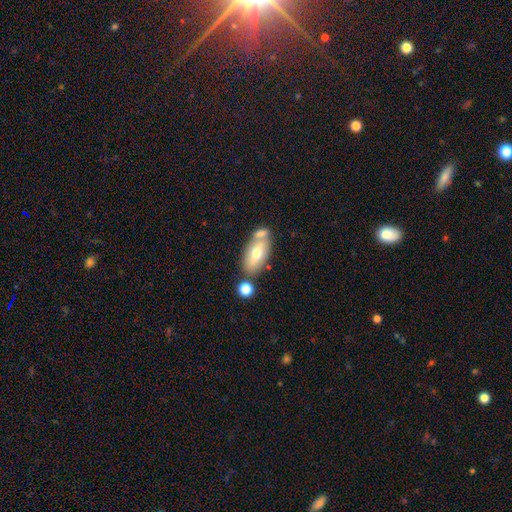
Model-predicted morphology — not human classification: Smooth or featured: smooth — 64% (featured or disk — 29%)
How rounded: in between — 89% (cigar-shaped — 7%)
Merging: none — 55% (merger — 25%)